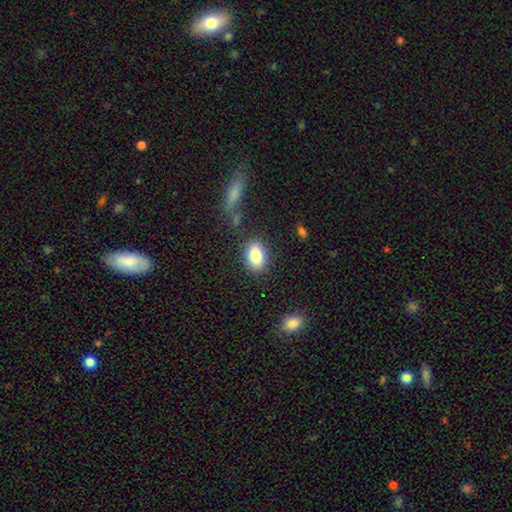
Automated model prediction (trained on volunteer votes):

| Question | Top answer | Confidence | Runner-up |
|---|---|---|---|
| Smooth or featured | smooth | 82% | featured or disk (9%) |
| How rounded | in between | 83% | round (15%) |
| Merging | none | 83% | minor disturbance (11%) |